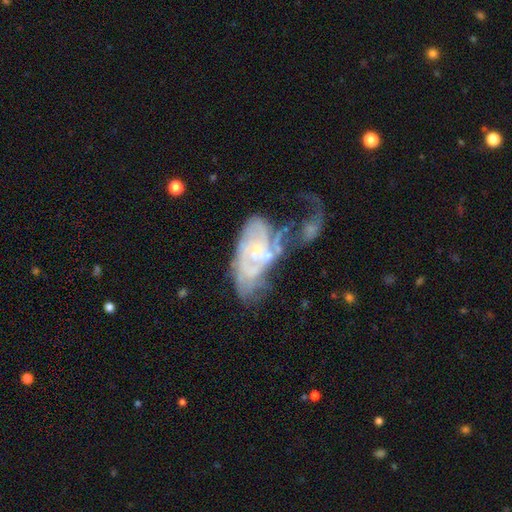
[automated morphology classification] The model was most divided on "merging": merger: 34%, major disturbance: 26%, none: 22%, minor disturbance: 17%. Remaining: edge-on disk — no (95%); spiral arms — yes (82%); smooth or featured — featured or disk (76%); bar — no (71%); bulge size — small (71%); spiral winding — tight (54%); spiral arm count — can't tell (48%).